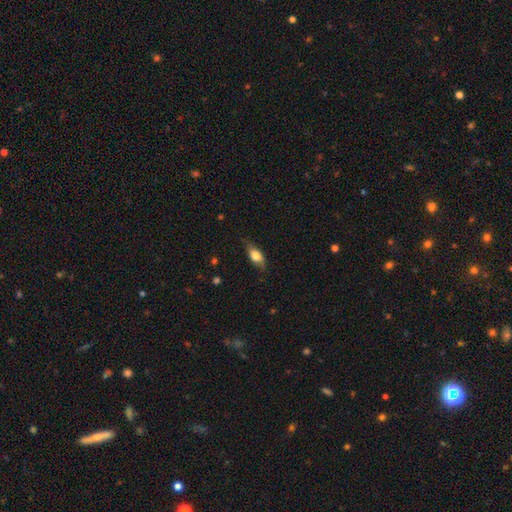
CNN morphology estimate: type=smooth (70%); roundness=in between (78%); merging=none (71%).